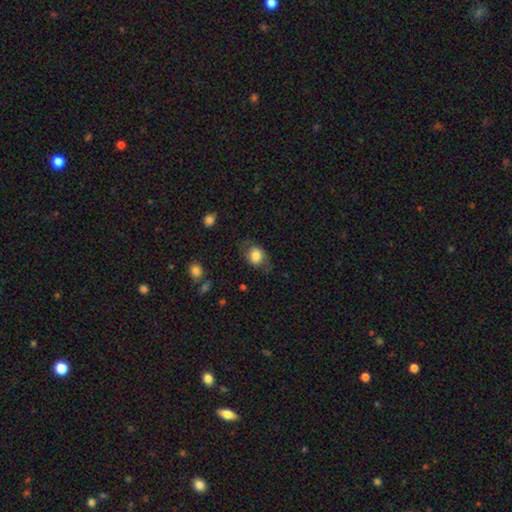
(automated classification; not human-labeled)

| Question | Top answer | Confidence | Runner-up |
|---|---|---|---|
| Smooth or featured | smooth | 71% | featured or disk (22%) |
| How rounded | in between | 50% | round (49%) |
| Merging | none | 64% | minor disturbance (22%) |